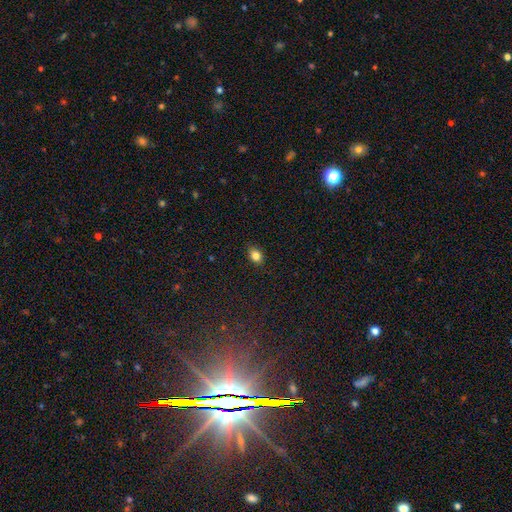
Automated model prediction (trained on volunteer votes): A smooth galaxy with no disk features (84%) that is in between round and cigar-shaped (65%). Merging: none (87%).